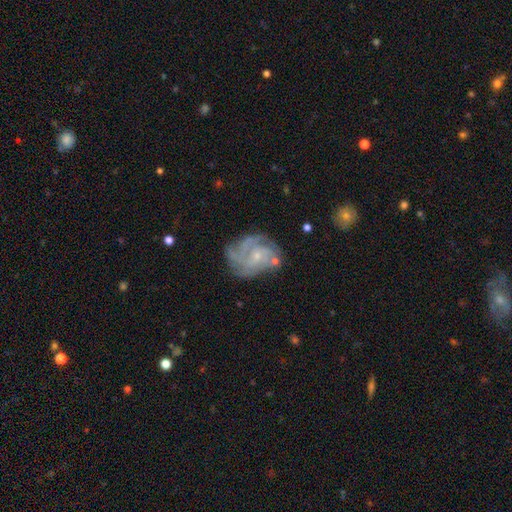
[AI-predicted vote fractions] Q: Smooth or featured?
A: featured or disk (81%); runner-up: smooth (11%)
Q: Edge-on disk?
A: no (98%); runner-up: yes (2%)
Q: Bar?
A: no (70%); runner-up: weak (26%)
Q: Spiral arms?
A: yes (93%); runner-up: no (7%)
Q: Spiral winding?
A: tight (53%); runner-up: medium (36%)
Q: Spiral arm count?
A: 4 (29%); runner-up: can't tell (26%)
Q: Bulge size?
A: small (75%); runner-up: moderate (18%)
Q: Merging?
A: none (62%); runner-up: minor disturbance (21%)